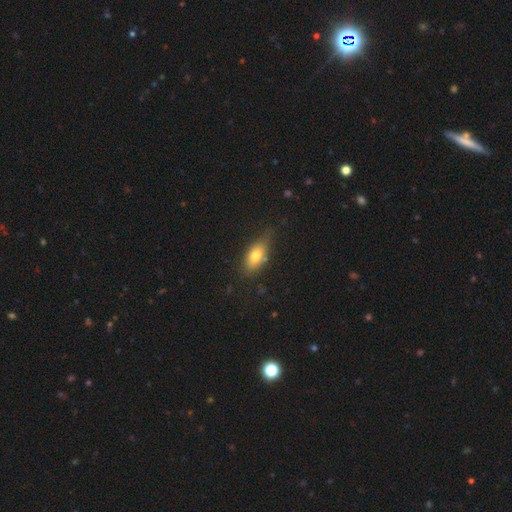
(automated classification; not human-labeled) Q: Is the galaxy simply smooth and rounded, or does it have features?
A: smooth — 74%.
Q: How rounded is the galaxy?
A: in between — 83%.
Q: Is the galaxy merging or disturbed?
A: none — 65%.